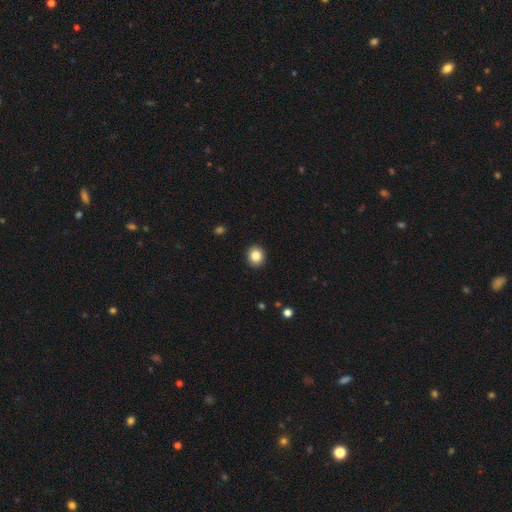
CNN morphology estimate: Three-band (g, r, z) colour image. It shows a smooth galaxy with no disk features (85%) that is round (81%). Merging: none (92%).